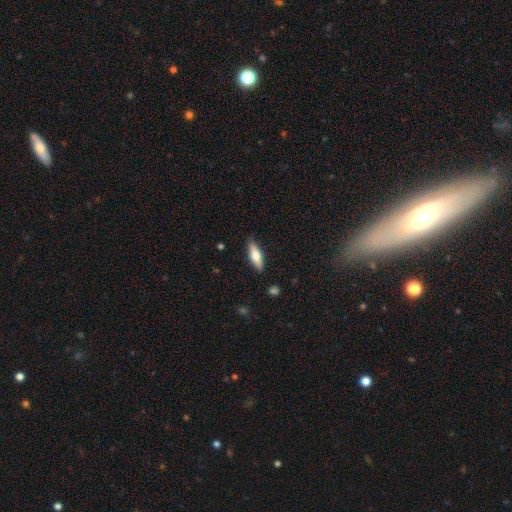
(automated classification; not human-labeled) smooth_or_featured: smooth (p=0.68) [alt: featured or disk p=0.26]
how_rounded: in between (p=0.52) [alt: cigar-shaped p=0.46]
merging: none (p=0.86) [alt: minor disturbance p=0.10]